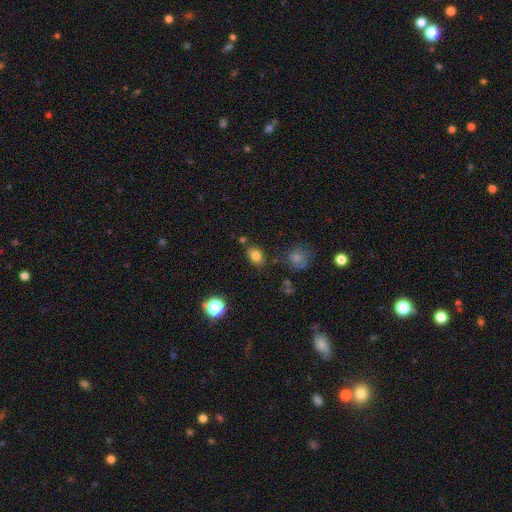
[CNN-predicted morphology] A smooth galaxy with no disk features (79%) that is in between round and cigar-shaped (67%).

Vote fractions:
- Smooth or featured? smooth: 79% / star or artifact: 13% / featured or disk: 8%
- How rounded? in between: 67% / round: 31% / cigar-shaped: 1%
- Merging? none: 75% / minor disturbance: 15% / merger: 6% / major disturbance: 4%